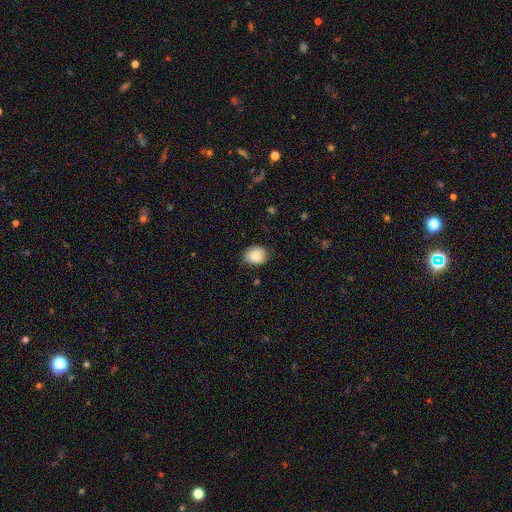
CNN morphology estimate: Smooth or featured? smooth (82%)
How rounded? round (53%)
Merging? none (77%)